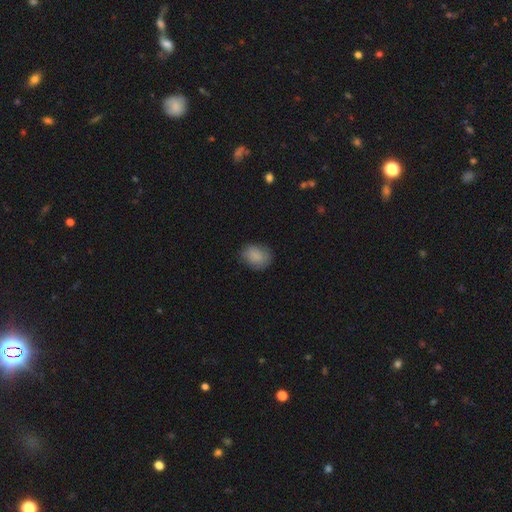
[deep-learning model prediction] A smooth galaxy with no disk features (86%) that is in between round and cigar-shaped (59%). Merging: none (77%).